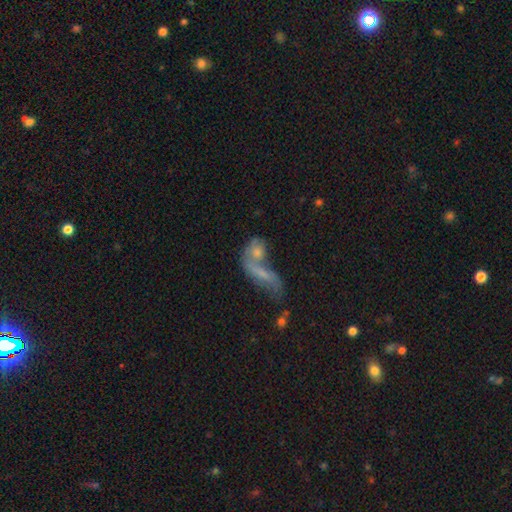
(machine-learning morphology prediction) smooth 50%, featured or disk 37%, star or artifact 12%. Down the decision tree: how rounded — in between (60%); merging — merger (57%).